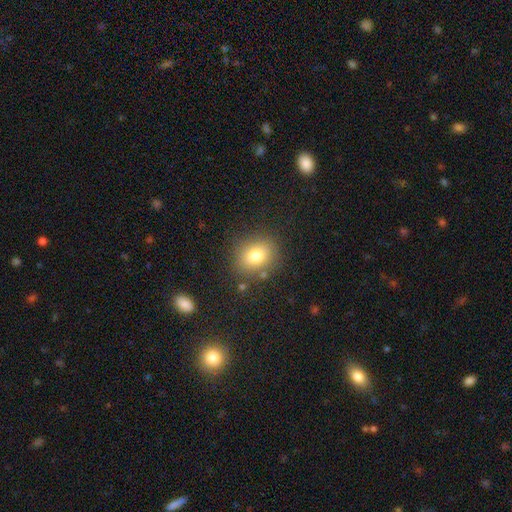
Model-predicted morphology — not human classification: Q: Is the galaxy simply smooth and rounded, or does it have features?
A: smooth — 77%.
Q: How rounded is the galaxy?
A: round — 63%.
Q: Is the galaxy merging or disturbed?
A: none — 82%.